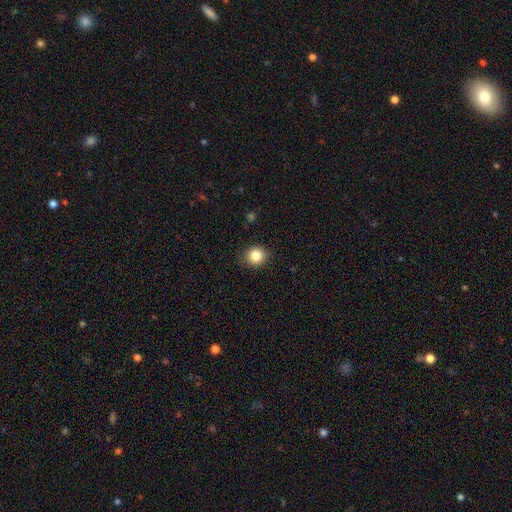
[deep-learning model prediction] A smooth galaxy with no disk features (84%) that is round (84%). Merging: none (89%).